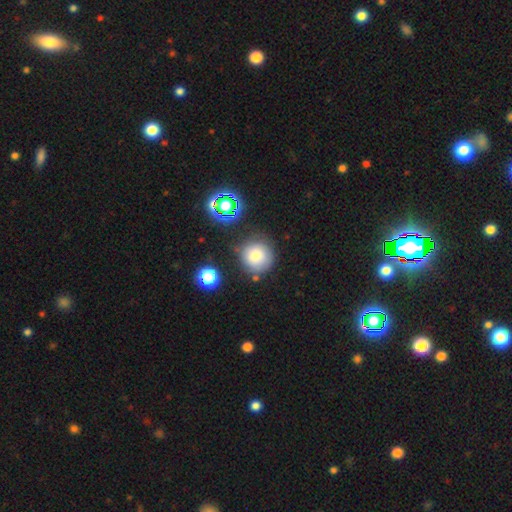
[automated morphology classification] Smooth or featured?
  - smooth: 78% *
  - star or artifact: 13%
  - featured or disk: 9%
How rounded?
  - round: 94% *
  - in between: 5%
  - cigar-shaped: 1%
Merging?
  - none: 75% *
  - minor disturbance: 14%
  - merger: 7%
  - major disturbance: 4%